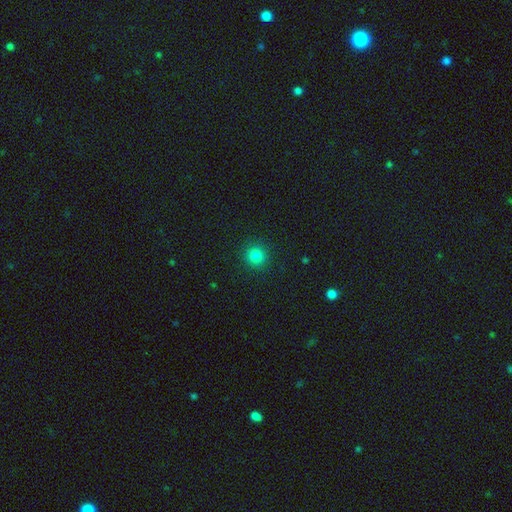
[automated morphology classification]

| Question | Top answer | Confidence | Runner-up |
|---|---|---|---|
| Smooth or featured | smooth | 83% | star or artifact (13%) |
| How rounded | round | 93% | in between (6%) |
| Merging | none | 91% | minor disturbance (6%) |